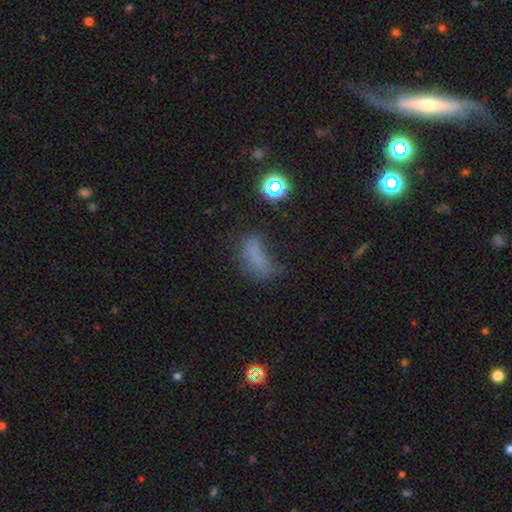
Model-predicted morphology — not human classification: Smooth or featured?
  - smooth: 64% *
  - star or artifact: 21%
  - featured or disk: 16%
How rounded?
  - in between: 72% *
  - cigar-shaped: 18%
  - round: 10%
Merging?
  - none: 36% *
  - major disturbance: 33%
  - minor disturbance: 25%
  - merger: 6%